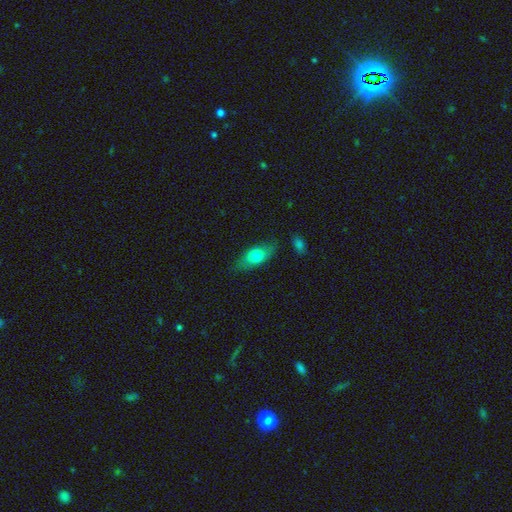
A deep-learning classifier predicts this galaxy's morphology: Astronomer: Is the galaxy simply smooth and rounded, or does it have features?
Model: smooth — 70%.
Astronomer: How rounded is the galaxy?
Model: in between — 75%.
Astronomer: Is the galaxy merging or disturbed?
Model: none — 77%.